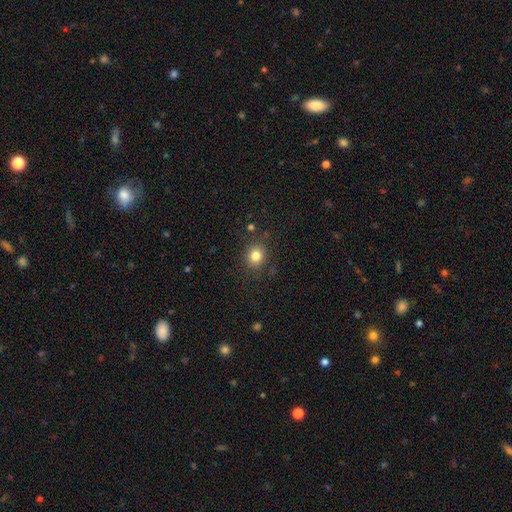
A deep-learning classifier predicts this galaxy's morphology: A smooth galaxy with no disk features (81%) that is round (80%).

Vote fractions:
- Smooth or featured? smooth: 81% / star or artifact: 12% / featured or disk: 6%
- How rounded? round: 80% / in between: 19% / cigar-shaped: 1%
- Merging? none: 86% / minor disturbance: 9% / major disturbance: 3% / merger: 2%